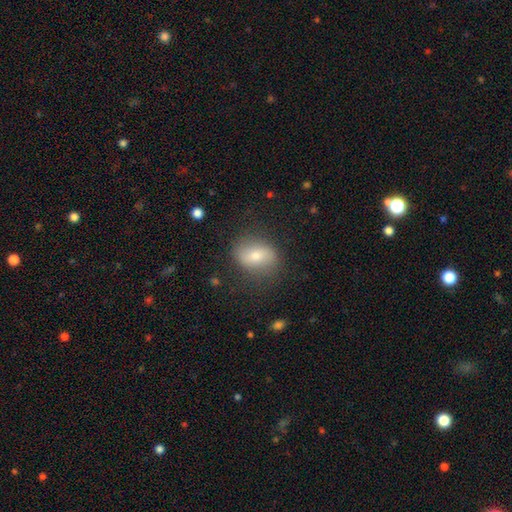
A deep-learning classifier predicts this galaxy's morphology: Smooth or featured? Predicted: smooth (p=0.67). How rounded? Predicted: in between (p=0.65). Merging? Predicted: none (p=0.72).